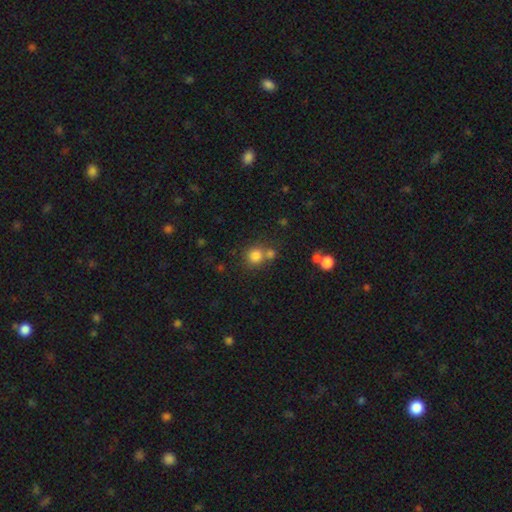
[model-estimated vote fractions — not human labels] Smooth or featured? smooth (81%)
How rounded? round (87%)
Merging? none (58%)